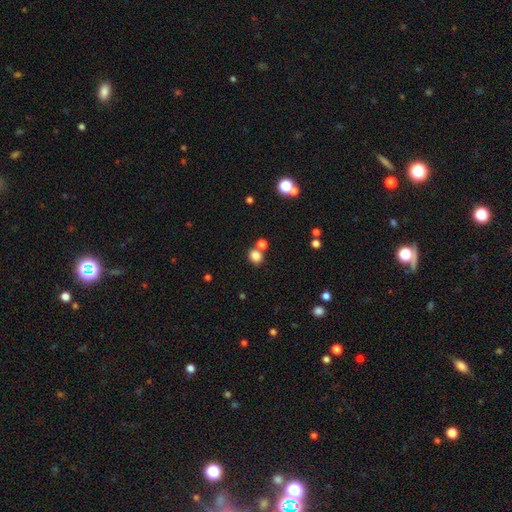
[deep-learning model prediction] Smooth or featured?
  - smooth: 81% *
  - star or artifact: 13%
  - featured or disk: 6%
How rounded?
  - round: 78% *
  - in between: 21%
  - cigar-shaped: 1%
Merging?
  - none: 67% *
  - merger: 22%
  - minor disturbance: 8%
  - major disturbance: 3%